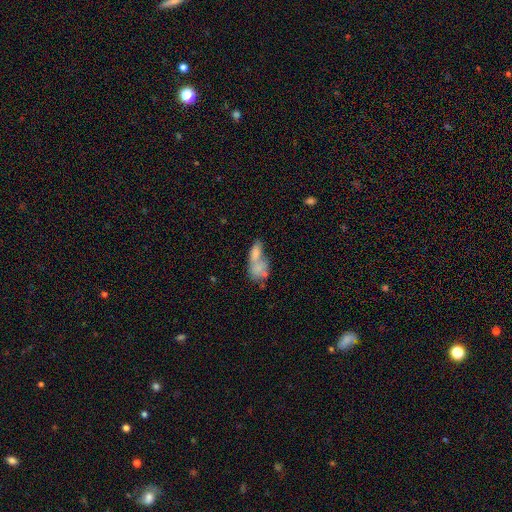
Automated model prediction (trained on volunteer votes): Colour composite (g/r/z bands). It shows a smooth galaxy with no disk features (72%) that is in between round and cigar-shaped (79%). Merging: merger (60%).